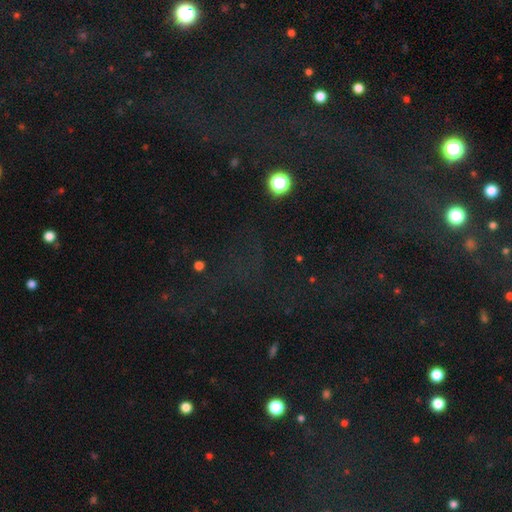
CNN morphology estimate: Overall: star or artifact (72%).